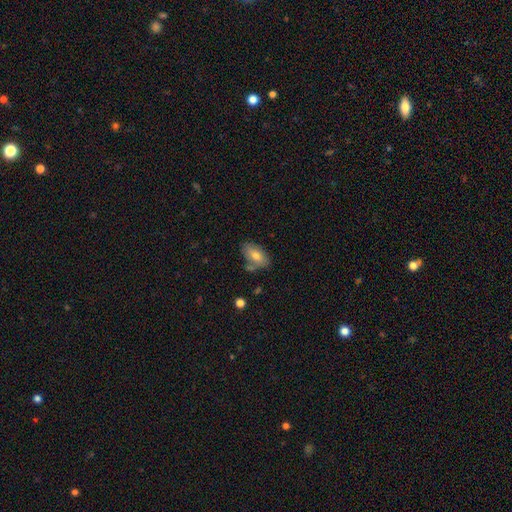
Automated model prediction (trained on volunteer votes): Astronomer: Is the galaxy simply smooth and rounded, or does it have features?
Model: smooth — 75%.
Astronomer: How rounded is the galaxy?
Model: in between — 90%.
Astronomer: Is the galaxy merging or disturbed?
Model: none — 68%.